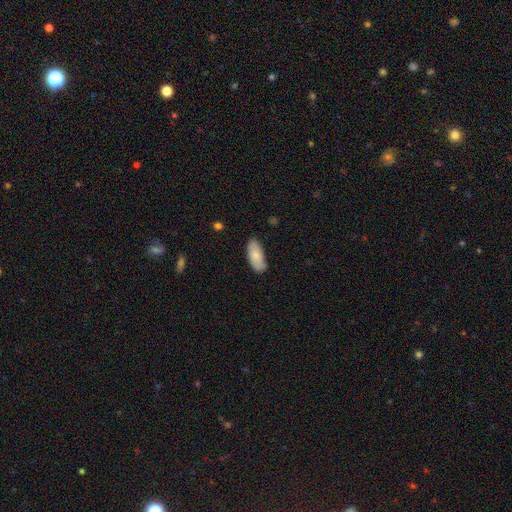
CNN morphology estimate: Overall: smooth (82%). How rounded: in between (87%). Merging: none (79%).